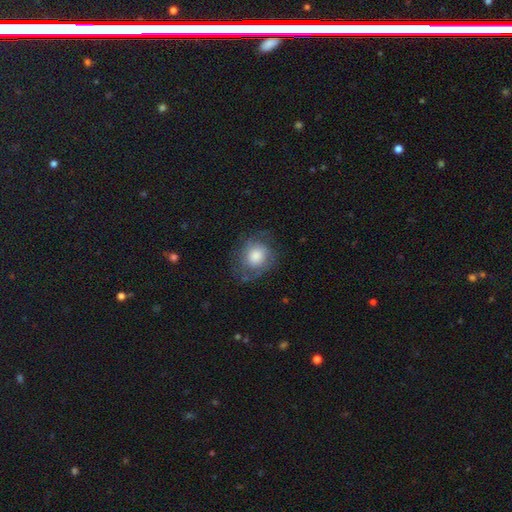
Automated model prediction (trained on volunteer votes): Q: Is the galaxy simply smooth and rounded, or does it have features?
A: smooth — 49%.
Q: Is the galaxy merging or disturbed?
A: none — 66%.